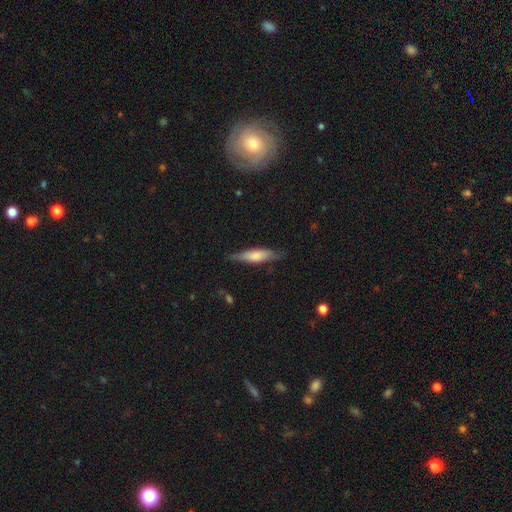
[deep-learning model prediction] Smooth or featured?
  - smooth: 55% *
  - featured or disk: 39%
  - star or artifact: 6%
How rounded?
  - cigar-shaped: 73% *
  - in between: 25%
  - round: 2%
Merging?
  - none: 80% *
  - minor disturbance: 15%
  - major disturbance: 3%
  - merger: 1%